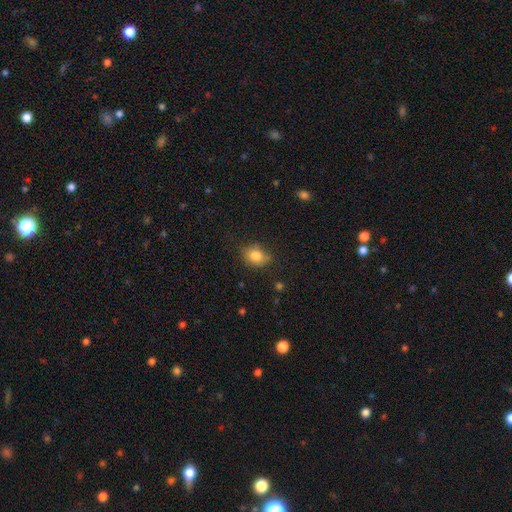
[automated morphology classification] type=smooth (82%); roundness=in between (53%); merging=none (66%).